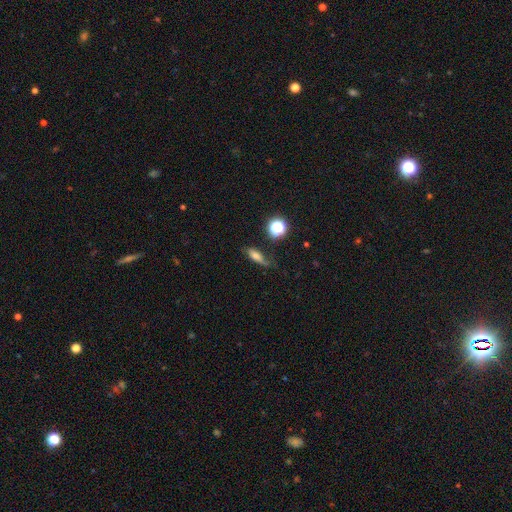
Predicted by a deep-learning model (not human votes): Q: Smooth or featured?
A: smooth (63%); runner-up: featured or disk (23%)
Q: How rounded?
A: in between (51%); runner-up: cigar-shaped (38%)
Q: Merging?
A: none (56%); runner-up: minor disturbance (28%)